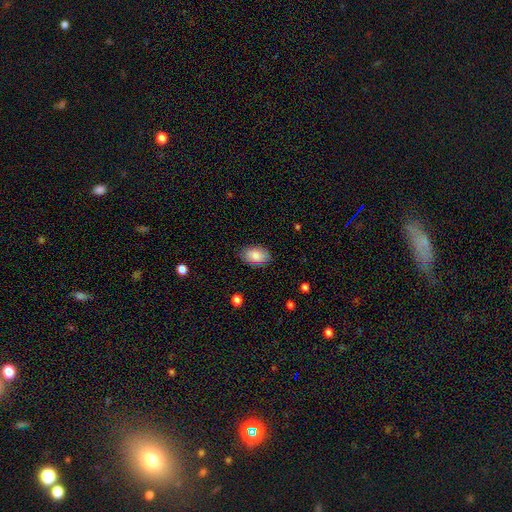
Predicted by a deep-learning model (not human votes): The model was most divided on "merging": none: 83%, minor disturbance: 13%, major disturbance: 3%, merger: 1%. More confident: how rounded — in between (91%); smooth or featured — smooth (86%).